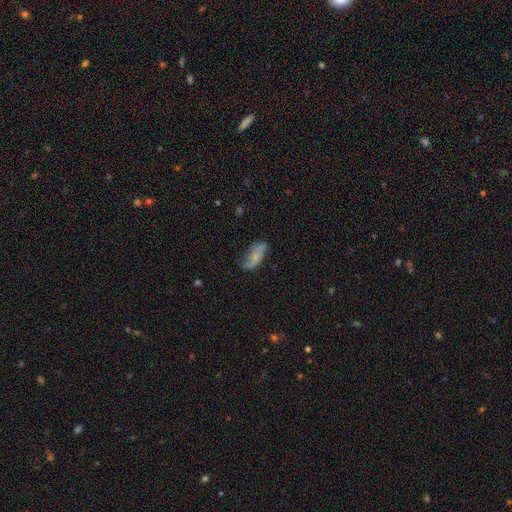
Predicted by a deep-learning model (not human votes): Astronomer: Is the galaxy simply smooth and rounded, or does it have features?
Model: featured or disk — 49% (runner-up: smooth, 43%).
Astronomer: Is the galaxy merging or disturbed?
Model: none — 64%.